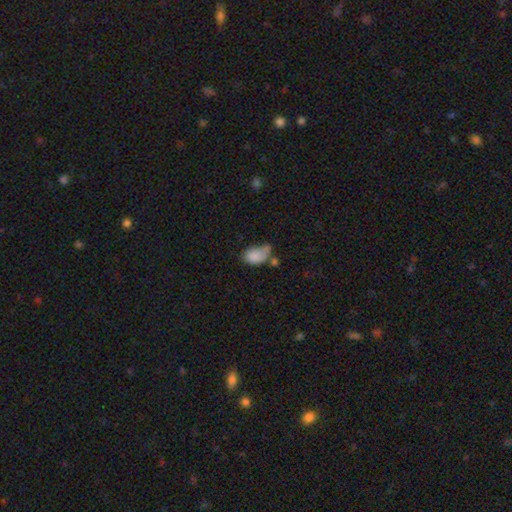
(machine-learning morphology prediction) Smooth or featured: smooth — 82% (featured or disk — 9%)
How rounded: in between — 86% (round — 13%)
Merging: minor disturbance — 33% (none — 29%)